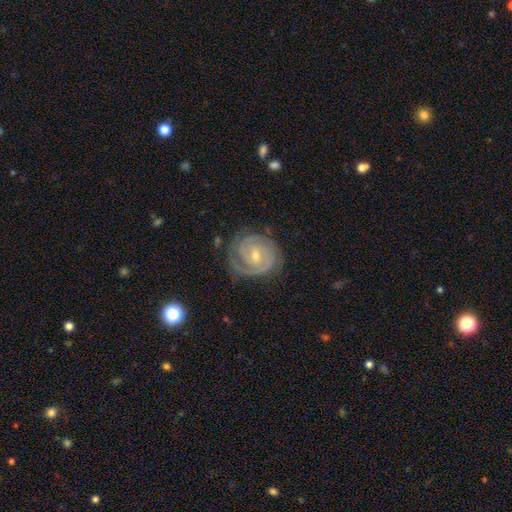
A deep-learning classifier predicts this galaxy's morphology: Smooth or featured? featured or disk (89%)
Edge-on disk? no (98%)
Bar? no (45%)
Spiral arms? yes (98%)
Spiral winding? tight (76%)
Spiral arm count? 2 (62%)
Bulge size? small (55%)
Merging? none (76%)